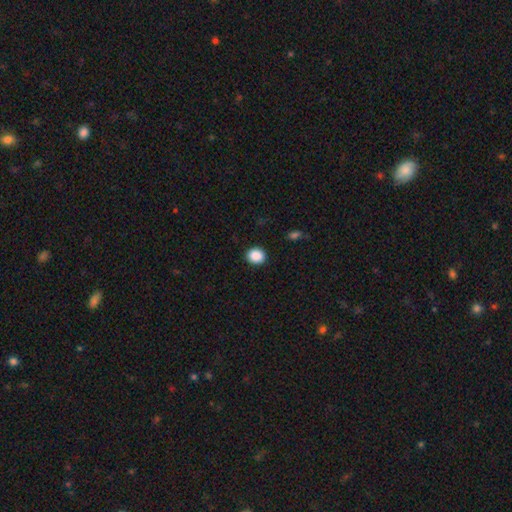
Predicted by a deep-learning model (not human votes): Smooth or featured?
  - smooth: 89% *
  - star or artifact: 8%
  - featured or disk: 2%
How rounded?
  - round: 71% *
  - in between: 28%
  - cigar-shaped: 1%
Merging?
  - none: 91% *
  - minor disturbance: 6%
  - major disturbance: 2%
  - merger: 1%